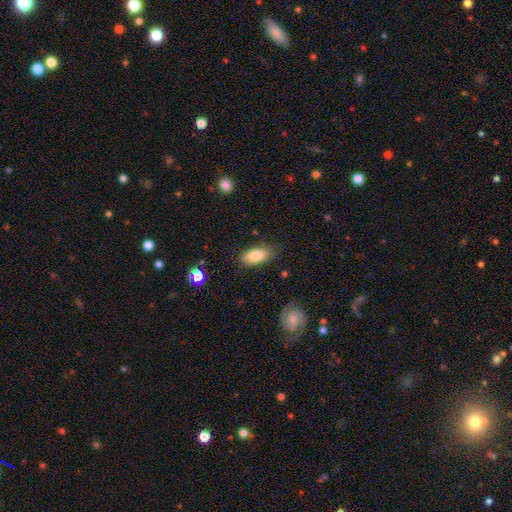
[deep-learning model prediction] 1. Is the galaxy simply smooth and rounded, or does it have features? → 81% smooth, 12% featured or disk, 7% star or artifact.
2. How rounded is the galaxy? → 89% in between, 8% cigar-shaped, 3% round.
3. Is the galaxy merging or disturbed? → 77% none, 18% minor disturbance, 4% major disturbance, 2% merger.